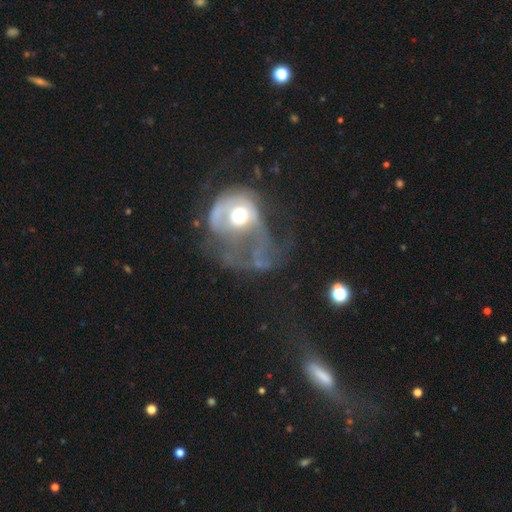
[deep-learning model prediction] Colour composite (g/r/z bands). It shows a featured or disk galaxy (59%) with no bar (81%), no spiral arms (62%) and a moderate central bulge (66%). Merging: major disturbance (55%).